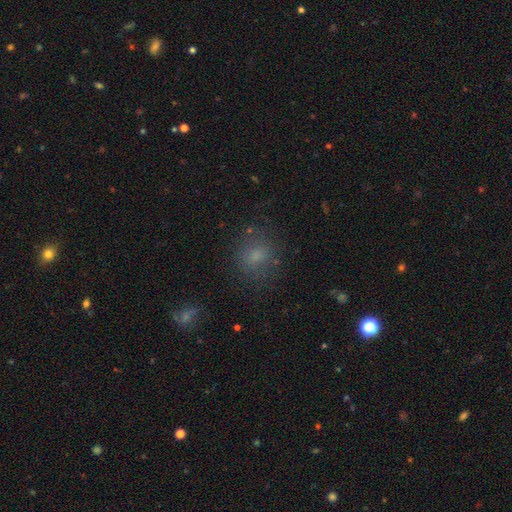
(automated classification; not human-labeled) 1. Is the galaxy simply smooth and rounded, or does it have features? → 72% smooth, 18% star or artifact, 10% featured or disk.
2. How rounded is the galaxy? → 74% round, 25% in between, 1% cigar-shaped.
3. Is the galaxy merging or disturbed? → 78% none, 14% minor disturbance, 6% major disturbance, 2% merger.